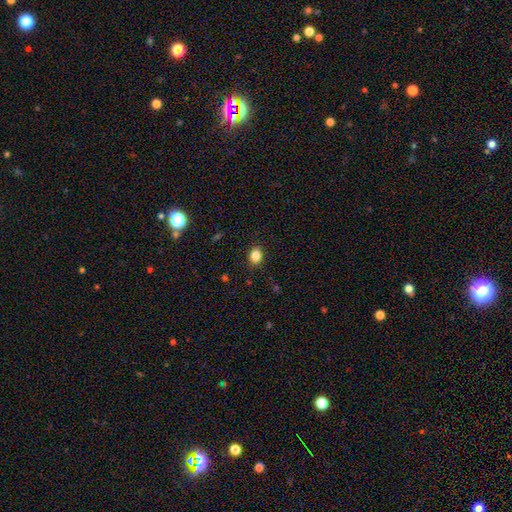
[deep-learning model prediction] Overall: smooth (85%). How rounded: in between (63%; round 36%). Merging: none (88%).